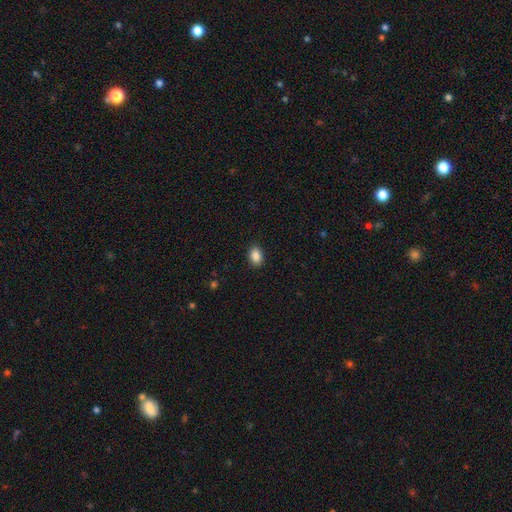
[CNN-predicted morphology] smooth_or_featured: smooth (p=0.88) [alt: star or artifact p=0.08]
how_rounded: in between (p=0.80) [alt: round p=0.19]
merging: none (p=0.88) [alt: minor disturbance p=0.08]